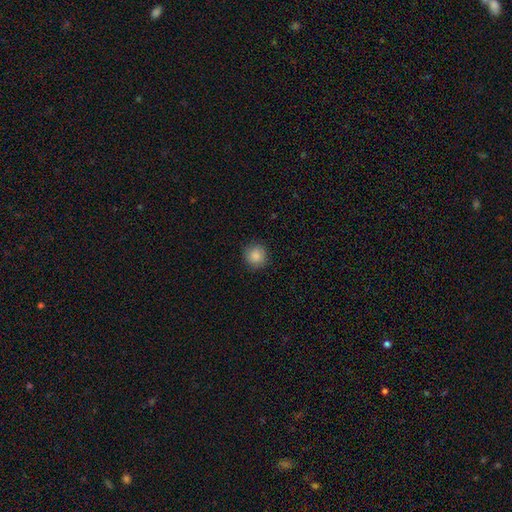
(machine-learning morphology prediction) Q: Smooth or featured?
A: smooth (87%); runner-up: star or artifact (9%)
Q: How rounded?
A: round (92%); runner-up: in between (7%)
Q: Merging?
A: none (88%); runner-up: minor disturbance (8%)